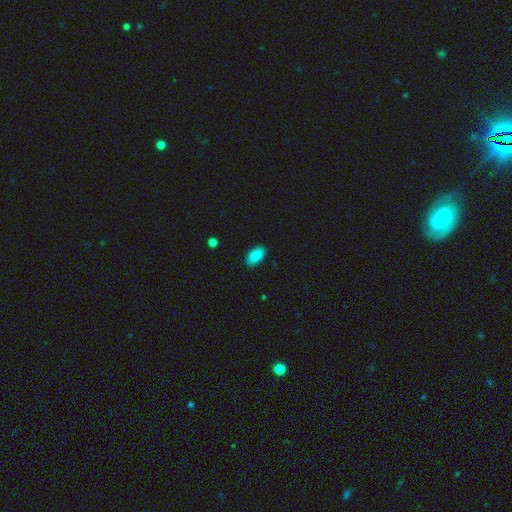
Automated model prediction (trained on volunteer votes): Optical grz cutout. It shows a smooth galaxy with no disk features (88%) that is in between round and cigar-shaped (94%). Merging: none (88%).